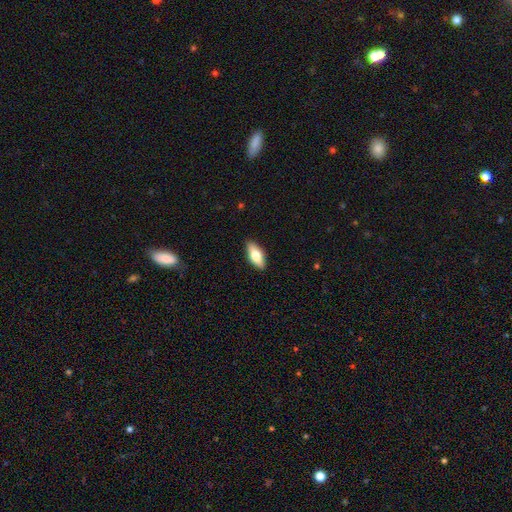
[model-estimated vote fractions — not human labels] Overall: smooth (68%). How rounded: in between (78%). Merging: none (88%).